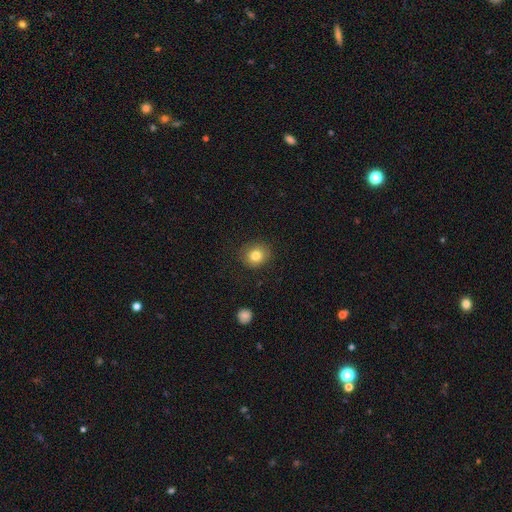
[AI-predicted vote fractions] Overall: smooth (82%). How rounded: round (79%). Merging: none (88%).